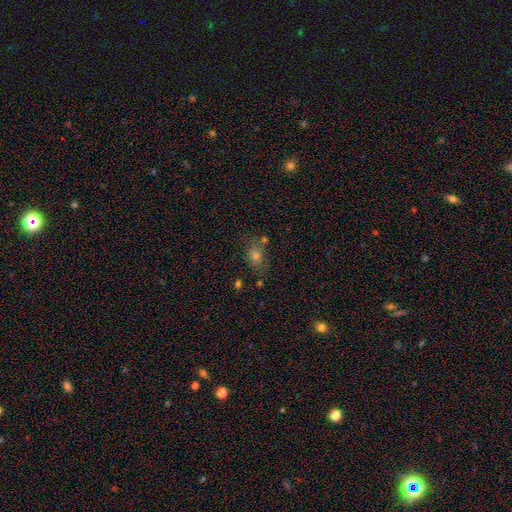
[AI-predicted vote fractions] Smooth or featured? Predicted: smooth (p=0.61). How rounded? Predicted: in between (p=0.60). Merging? Predicted: none (p=0.60).